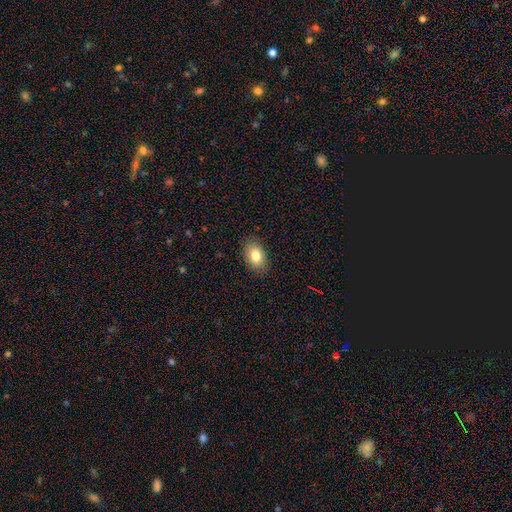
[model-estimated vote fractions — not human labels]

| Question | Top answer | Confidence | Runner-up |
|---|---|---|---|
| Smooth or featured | smooth | 82% | featured or disk (10%) |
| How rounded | in between | 87% | round (11%) |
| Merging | none | 87% | minor disturbance (10%) |